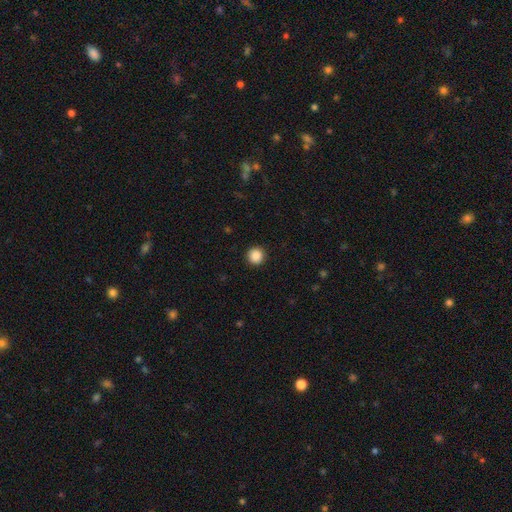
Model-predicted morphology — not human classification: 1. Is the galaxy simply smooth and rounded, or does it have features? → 88% smooth, 9% star or artifact, 2% featured or disk.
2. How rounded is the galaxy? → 95% round, 4% in between, 1% cigar-shaped.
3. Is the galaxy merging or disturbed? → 93% none, 5% minor disturbance, 2% major disturbance, 1% merger.